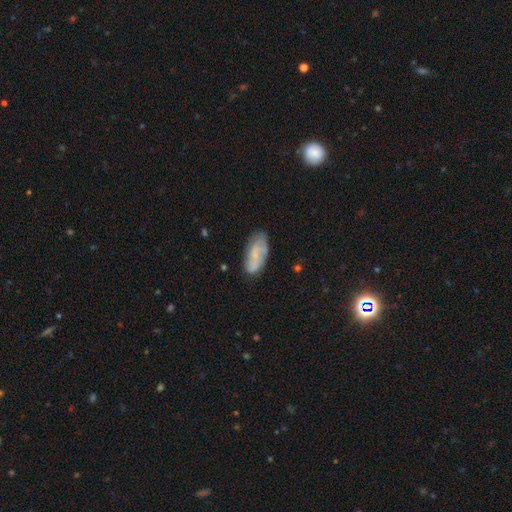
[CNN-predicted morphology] A smooth galaxy with no disk features (52%) that is in between round and cigar-shaped (85%). Merging: none (67%).